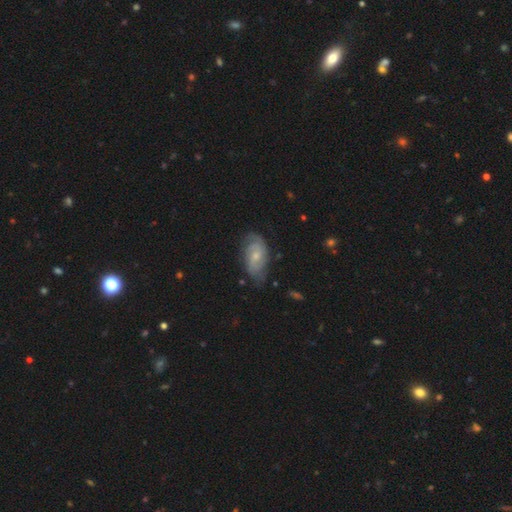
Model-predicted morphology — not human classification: Overall: featured or disk (63%; smooth 30%). Edge-on disk: no (95%). Bar: no (61%; weak 33%). Spiral arms: yes (87%). Spiral arm count: 2 (53%; can't tell 30%). Spiral winding: tight (42%; medium 39%). Bulge size: small (58%; moderate 35%). Merging: none (61%; minor disturbance 27%).